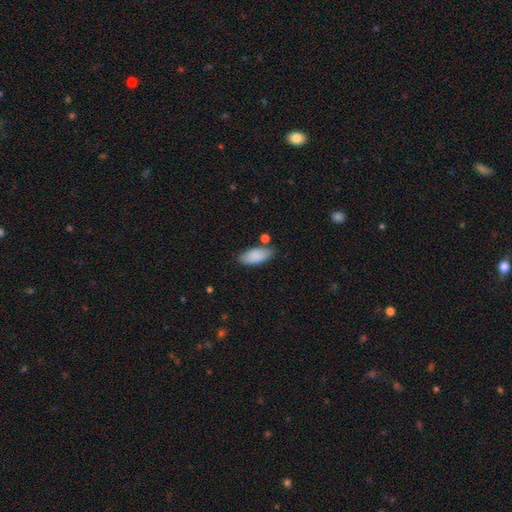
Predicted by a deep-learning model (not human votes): smooth 88%, featured or disk 6%, star or artifact 6%. Down the decision tree: how rounded — in between (87%); merging — none (76%).